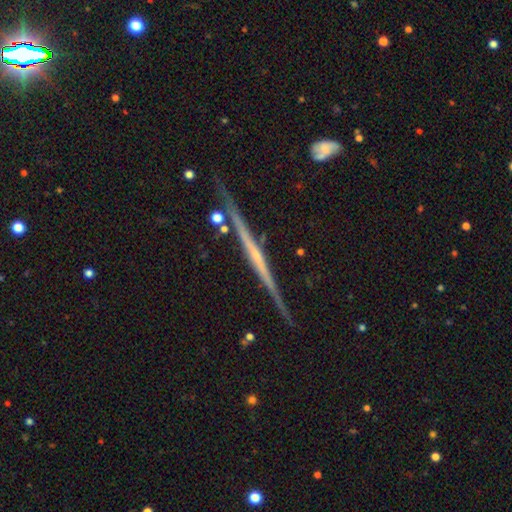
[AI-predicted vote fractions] Smooth or featured? featured or disk (82%)
Edge-on disk? yes (98%)
Edge-on bulge? none (57%)
Merging? none (87%)